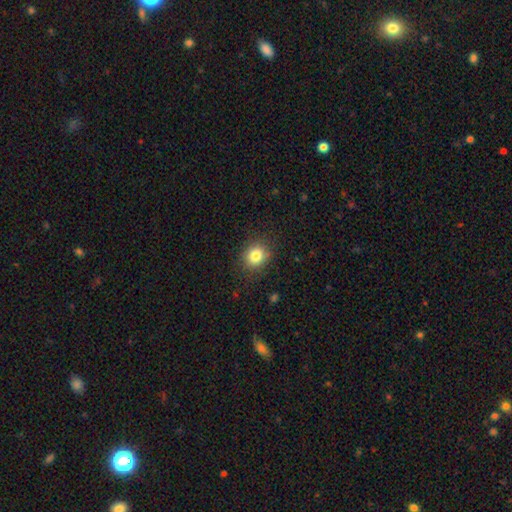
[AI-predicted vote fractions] A smooth galaxy with no disk features (82%) that is round (70%). Merging: none (86%).